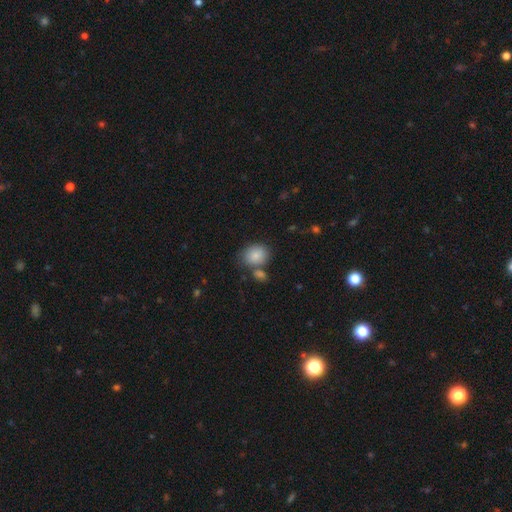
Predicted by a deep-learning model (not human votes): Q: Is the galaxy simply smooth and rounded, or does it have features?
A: smooth — 84%.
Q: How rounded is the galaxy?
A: round — 53%.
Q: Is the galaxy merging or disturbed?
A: none — 60%.